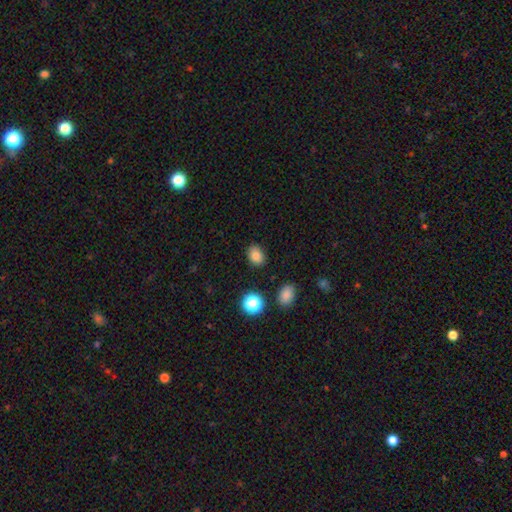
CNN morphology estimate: Overall: smooth (82%). How rounded: in between (68%; round 31%). Merging: none (85%).